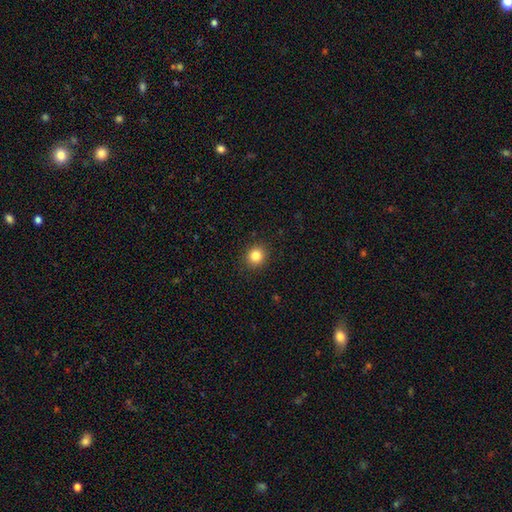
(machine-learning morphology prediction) smooth_or_featured: smooth (p=0.84) [alt: star or artifact p=0.11]
how_rounded: round (p=0.87) [alt: in between p=0.12]
merging: none (p=0.91) [alt: minor disturbance p=0.06]